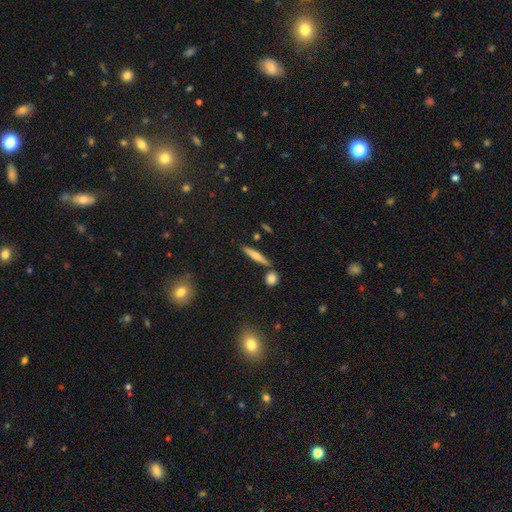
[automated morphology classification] type=smooth (49%); merging=none (82%).